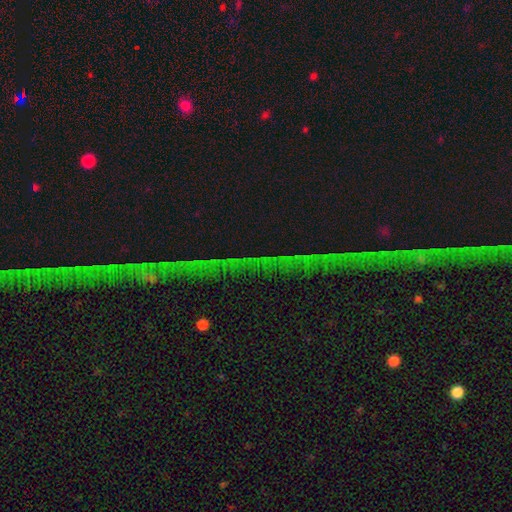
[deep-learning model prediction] This appears to be a star or artifact, not a galaxy (76%).